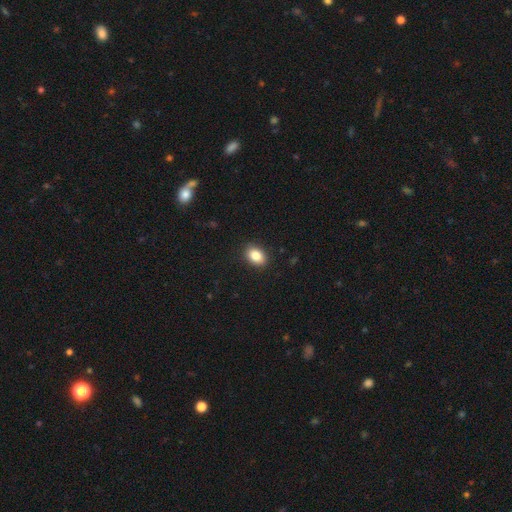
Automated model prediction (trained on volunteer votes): Q: Smooth or featured?
A: smooth (86%); runner-up: star or artifact (9%)
Q: How rounded?
A: in between (78%); runner-up: round (21%)
Q: Merging?
A: none (90%); runner-up: minor disturbance (7%)